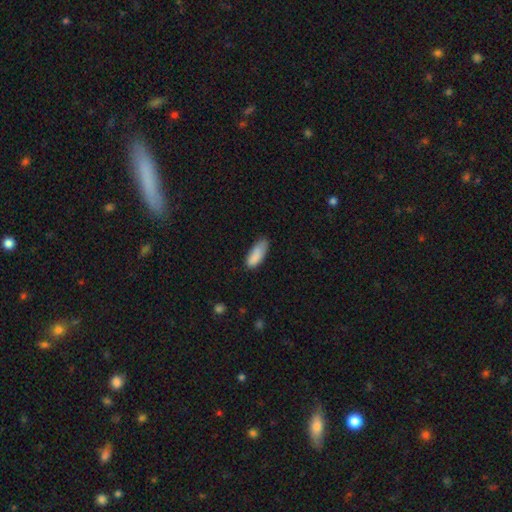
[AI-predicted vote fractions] Overall: smooth (87%). How rounded: in between (72%). Merging: none (61%; minor disturbance 31%).